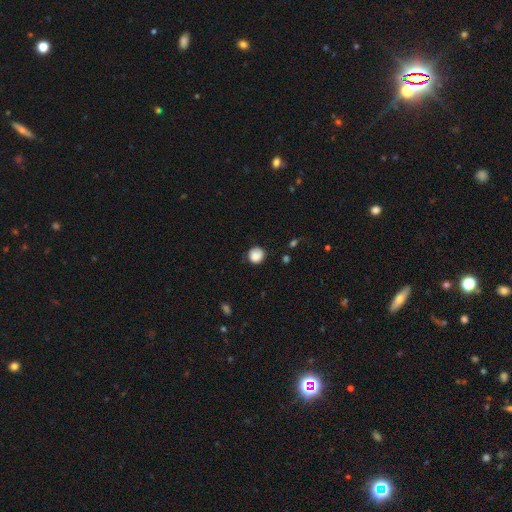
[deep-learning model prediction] Smooth or featured? Predicted: smooth (p=0.86). How rounded? Predicted: round (p=0.89). Merging? Predicted: none (p=0.78).